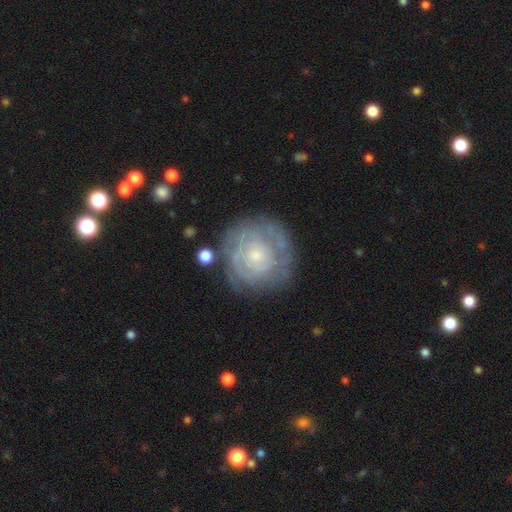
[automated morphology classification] Smooth or featured: featured or disk — 74% (smooth — 20%)
Edge-on disk: no — 98% (yes — 2%)
Bar: no — 82% (weak — 15%)
Spiral arms: yes — 79% (no — 21%)
Spiral winding: tight — 78% (medium — 16%)
Spiral arm count: can't tell — 51% (2 — 19%)
Bulge size: small — 67% (moderate — 27%)
Merging: none — 75% (minor disturbance — 16%)